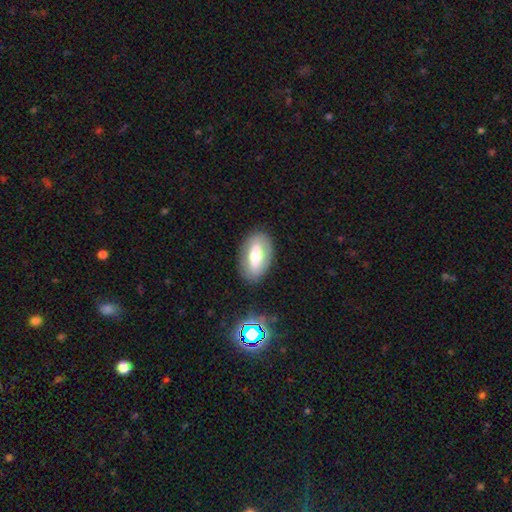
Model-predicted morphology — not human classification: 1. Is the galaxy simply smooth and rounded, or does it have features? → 49% smooth, 43% featured or disk, 8% star or artifact.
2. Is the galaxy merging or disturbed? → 83% none, 12% minor disturbance, 4% major disturbance, 2% merger.